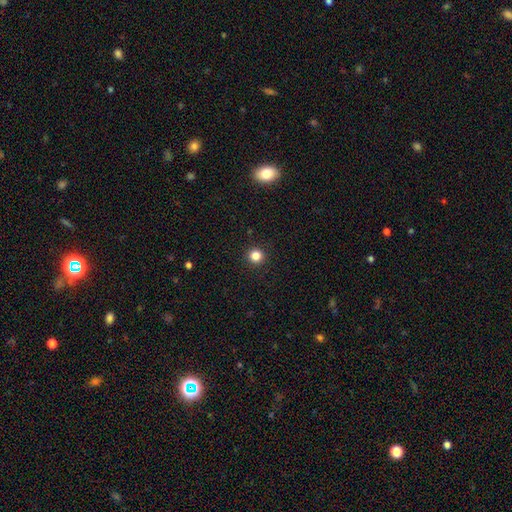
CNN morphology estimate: This appears to be a smooth galaxy with no disk features (83%) that is round (95%). Merging: none (93%).